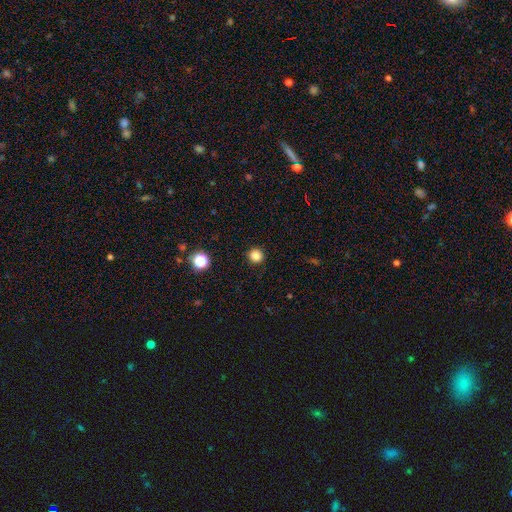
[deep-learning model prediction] smooth_or_featured: smooth (p=0.83) [alt: star or artifact p=0.13]
how_rounded: round (p=0.95) [alt: in between p=0.04]
merging: none (p=0.92) [alt: minor disturbance p=0.05]